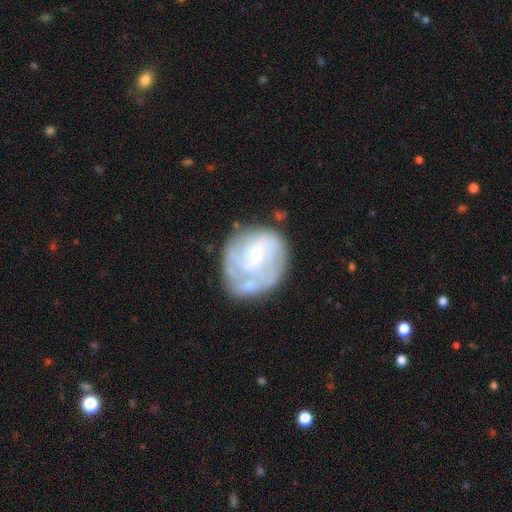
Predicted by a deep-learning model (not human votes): The model was most divided on "spiral arm count": can't tell: 44%, 2: 20%, 3: 18%, 1: 7%, 4: 7%, more than 4: 4%. More confident: edge-on disk — no (98%); spiral arms — yes (76%); smooth or featured — featured or disk (70%); bulge size — small (65%); bar — no (61%); spiral winding — tight (57%); merging — none (55%).